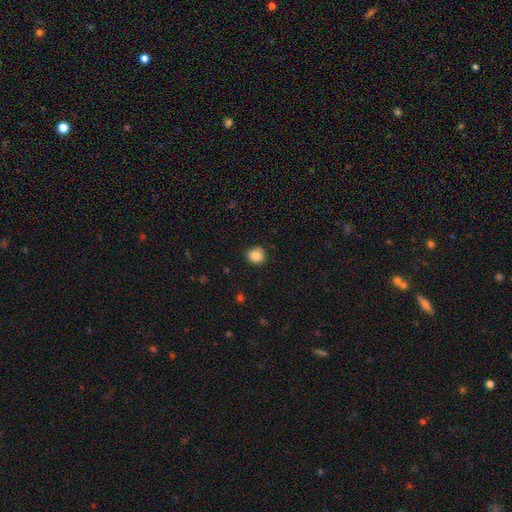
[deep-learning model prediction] Smooth or featured?
  - smooth: 85% *
  - star or artifact: 10%
  - featured or disk: 5%
How rounded?
  - round: 84% *
  - in between: 15%
  - cigar-shaped: 1%
Merging?
  - none: 86% *
  - minor disturbance: 10%
  - major disturbance: 2%
  - merger: 1%